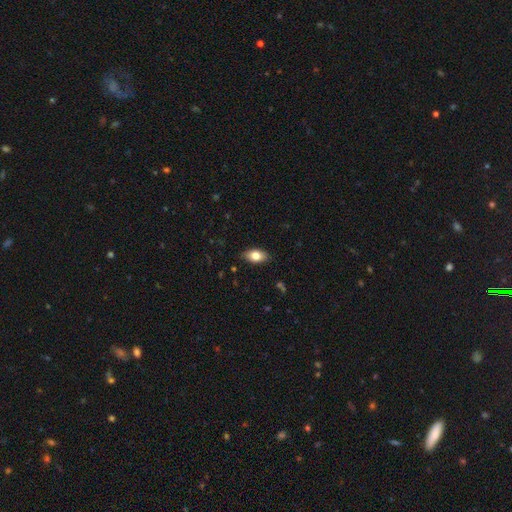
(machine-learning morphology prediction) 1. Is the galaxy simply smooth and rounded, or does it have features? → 79% smooth, 14% featured or disk, 7% star or artifact.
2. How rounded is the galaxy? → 90% in between, 6% round, 4% cigar-shaped.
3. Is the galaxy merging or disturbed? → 86% none, 11% minor disturbance, 2% major disturbance, 1% merger.